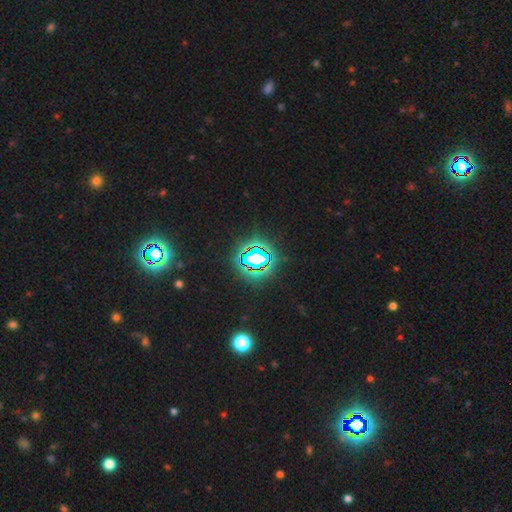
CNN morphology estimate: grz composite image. It shows a star or artifact, not a galaxy (76%).